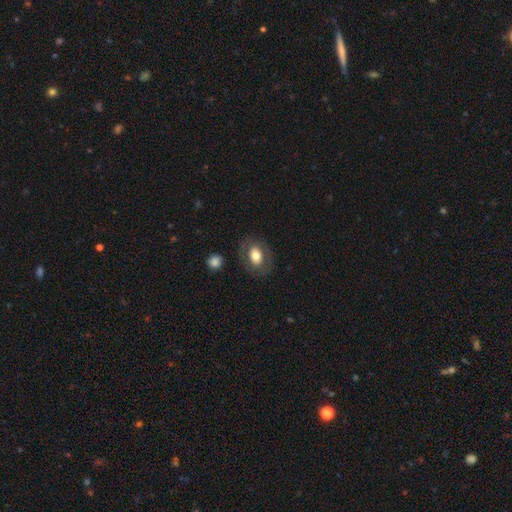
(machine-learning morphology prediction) A smooth galaxy with no disk features (67%) that is in between round and cigar-shaped (77%).

Vote fractions:
- Smooth or featured? smooth: 67% / featured or disk: 25% / star or artifact: 7%
- How rounded? in between: 77% / round: 21% / cigar-shaped: 1%
- Merging? none: 81% / minor disturbance: 11% / major disturbance: 6% / merger: 2%